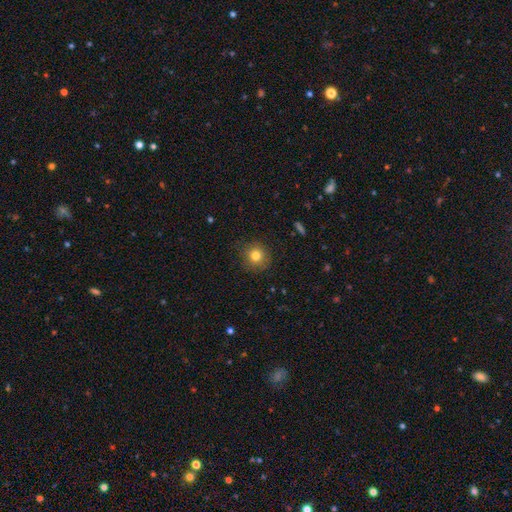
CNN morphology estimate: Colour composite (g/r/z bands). It shows a smooth galaxy with no disk features (81%) that is round (92%). Merging: none (87%).